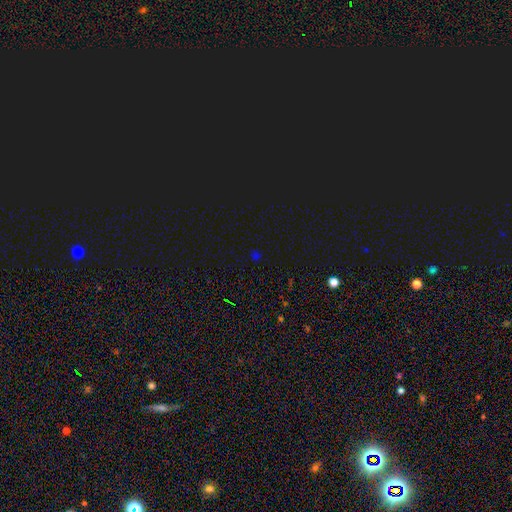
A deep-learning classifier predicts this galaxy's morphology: A star or artifact, not a galaxy (61%).

Vote fractions:
- Smooth or featured? star or artifact: 61% / smooth: 33% / featured or disk: 6%